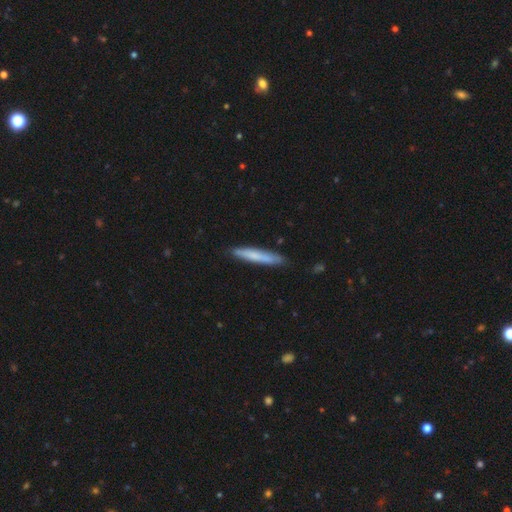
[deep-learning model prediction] Smooth or featured? smooth (68%)
How rounded? cigar-shaped (94%)
Merging? none (84%)